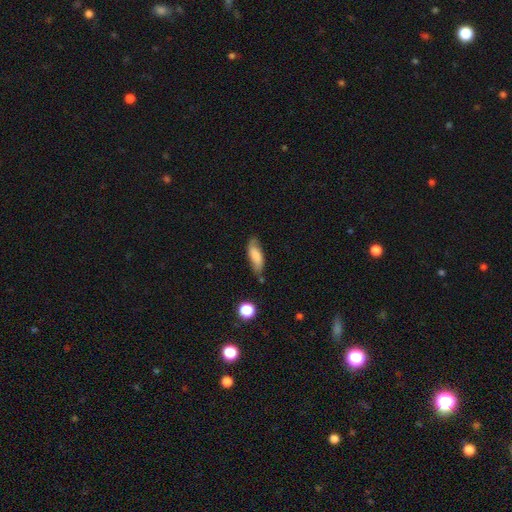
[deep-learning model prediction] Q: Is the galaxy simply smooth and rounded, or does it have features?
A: smooth — 72%.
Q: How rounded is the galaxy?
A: in between — 63%.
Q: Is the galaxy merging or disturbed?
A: none — 66%.